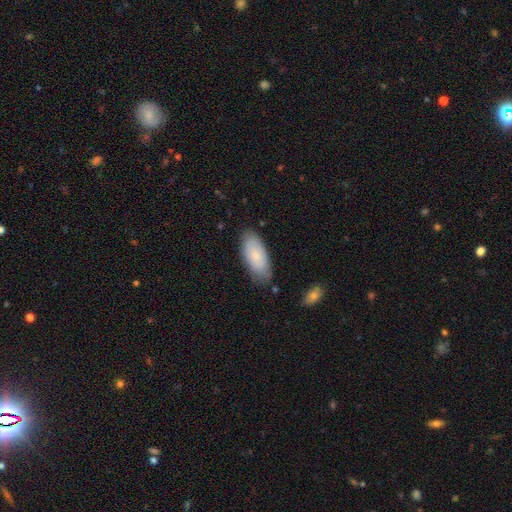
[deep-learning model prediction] smooth_or_featured: smooth (p=0.75) [alt: featured or disk p=0.19]
how_rounded: in between (p=0.90) [alt: cigar-shaped p=0.08]
merging: none (p=0.74) [alt: minor disturbance p=0.20]